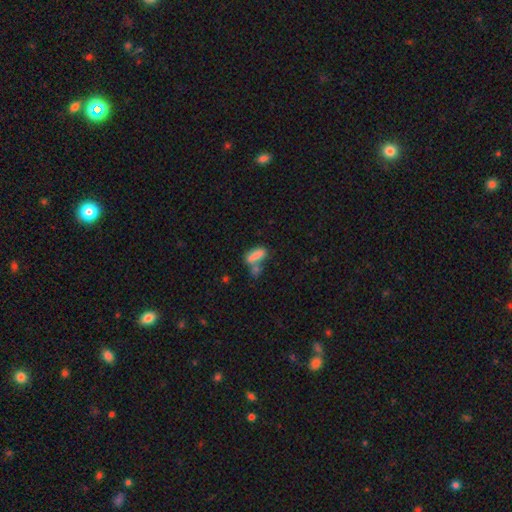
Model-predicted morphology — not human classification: smooth 78%, featured or disk 12%, star or artifact 9%. Down the decision tree: how rounded — in between (60%); merging — merger (41%).